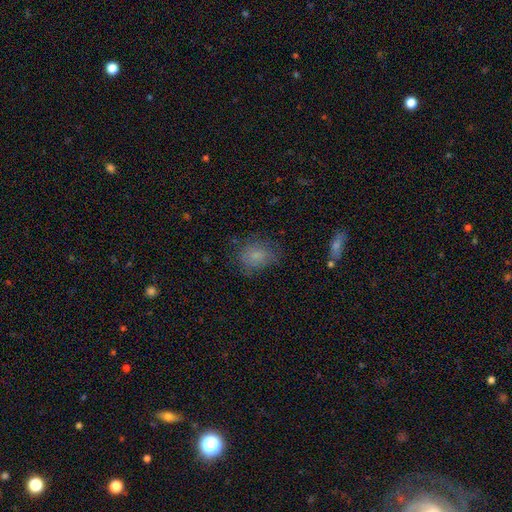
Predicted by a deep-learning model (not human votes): smooth-or-featured: smooth: 77% | featured or disk: 12% | star or artifact: 11%
  how-rounded: in between: 54% | round: 44% | cigar-shaped: 1%
  merging: none: 66% | minor disturbance: 23% | major disturbance: 9% | merger: 2%